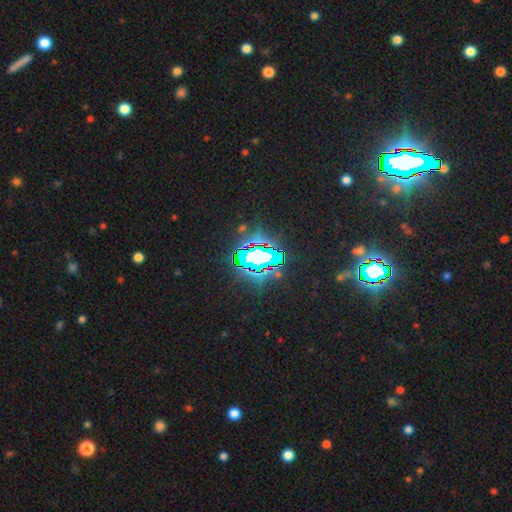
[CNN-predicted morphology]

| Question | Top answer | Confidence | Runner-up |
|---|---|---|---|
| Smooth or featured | star or artifact | 74% | smooth (14%) |